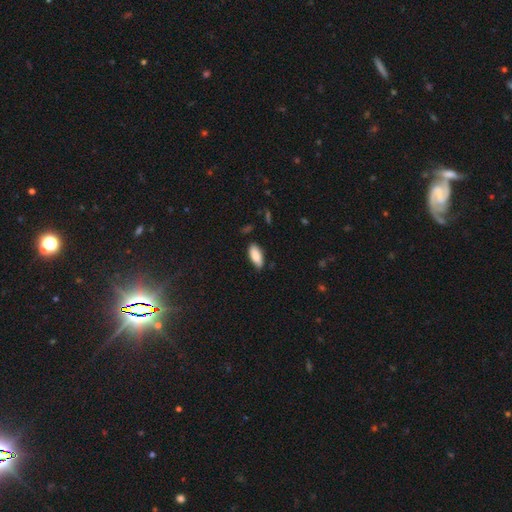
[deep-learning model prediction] A smooth galaxy with no disk features (85%) that is in between round and cigar-shaped (85%).

Vote fractions:
- Smooth or featured? smooth: 85% / featured or disk: 9% / star or artifact: 6%
- How rounded? in between: 85% / cigar-shaped: 13% / round: 2%
- Merging? none: 80% / minor disturbance: 17% / major disturbance: 2% / merger: 1%